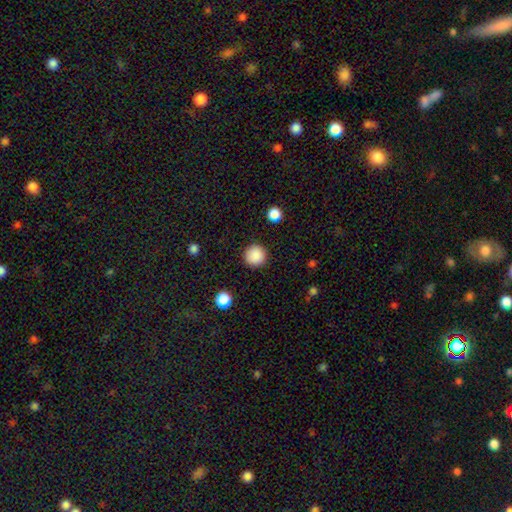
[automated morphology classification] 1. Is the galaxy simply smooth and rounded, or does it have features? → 88% smooth, 9% star or artifact, 3% featured or disk.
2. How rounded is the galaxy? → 96% round, 3% in between, 1% cigar-shaped.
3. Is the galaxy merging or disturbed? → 92% none, 5% minor disturbance, 2% major disturbance, 1% merger.